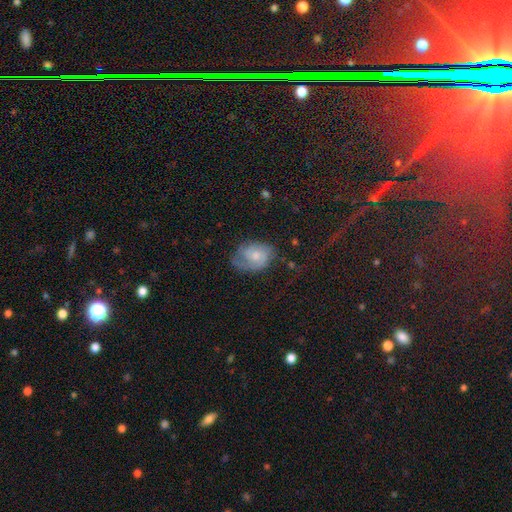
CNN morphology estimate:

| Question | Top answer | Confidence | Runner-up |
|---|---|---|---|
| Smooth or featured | featured or disk | 61% | smooth (31%) |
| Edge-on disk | no | 97% | yes (3%) |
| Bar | no | 67% | weak (29%) |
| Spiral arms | yes | 87% | no (13%) |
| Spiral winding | medium | 42% | tight (39%) |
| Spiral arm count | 2 | 51% | can't tell (22%) |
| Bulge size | moderate | 48% | small (39%) |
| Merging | none | 54% | minor disturbance (27%) |